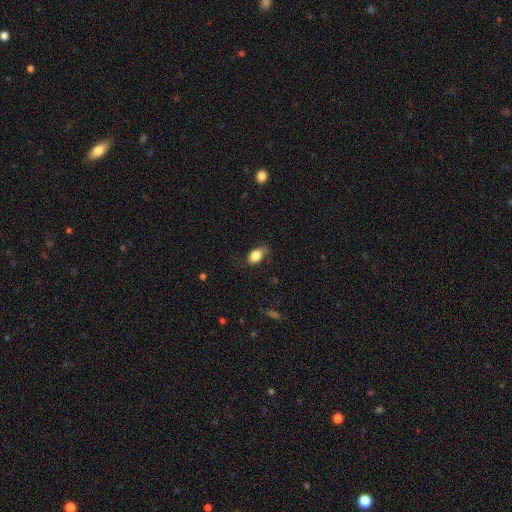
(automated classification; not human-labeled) This is clearly a smooth galaxy (82%). How rounded: clearly in between (84%). Merging: likely none (66%).